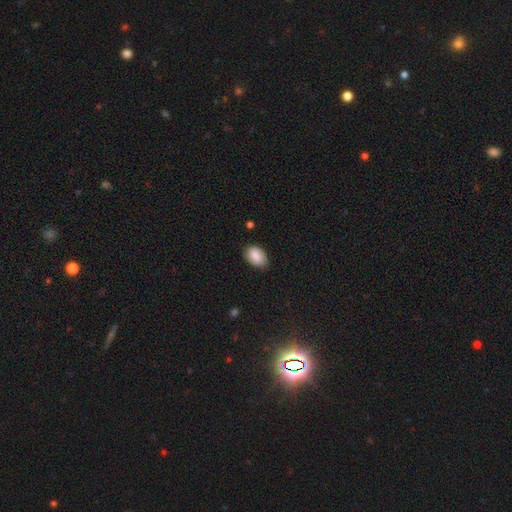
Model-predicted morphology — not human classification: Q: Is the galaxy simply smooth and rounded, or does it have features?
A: smooth — 87%.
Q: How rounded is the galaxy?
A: in between — 90%.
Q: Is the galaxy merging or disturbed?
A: none — 81%.